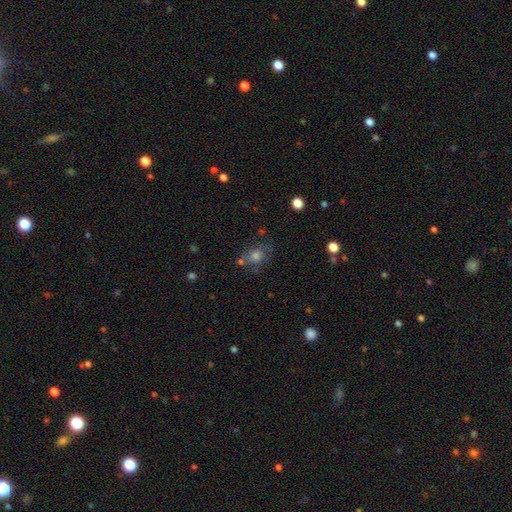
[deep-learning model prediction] Q: Smooth or featured?
A: smooth (57%); runner-up: featured or disk (22%)
Q: How rounded?
A: round (59%); runner-up: in between (39%)
Q: Merging?
A: none (64%); runner-up: minor disturbance (18%)